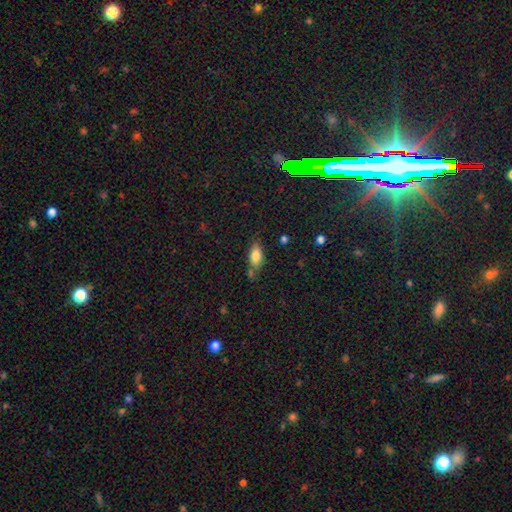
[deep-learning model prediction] Q: Smooth or featured?
A: smooth (80%); runner-up: featured or disk (12%)
Q: How rounded?
A: in between (86%); runner-up: cigar-shaped (9%)
Q: Merging?
A: none (66%); runner-up: minor disturbance (18%)